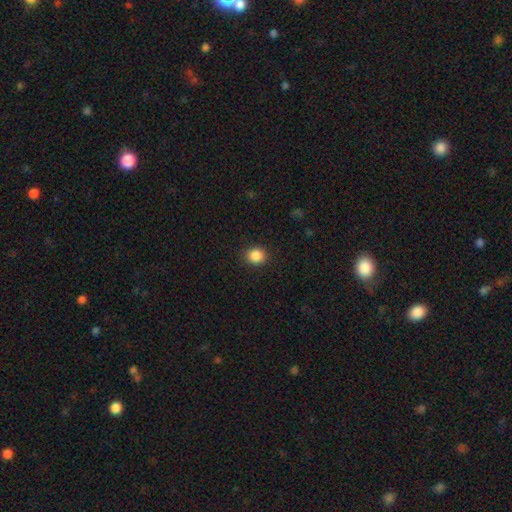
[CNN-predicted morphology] smooth 87%, star or artifact 10%, featured or disk 3%. Down the decision tree: how rounded — round (79%); merging — none (90%).